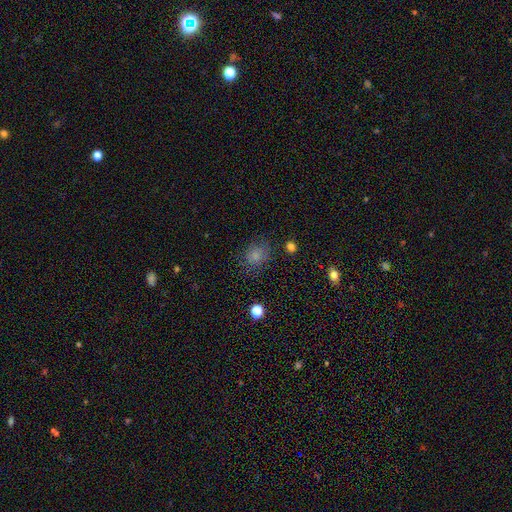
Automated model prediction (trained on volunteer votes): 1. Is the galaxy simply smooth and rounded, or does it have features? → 75% smooth, 16% star or artifact, 9% featured or disk.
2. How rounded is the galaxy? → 56% round, 43% in between, 1% cigar-shaped.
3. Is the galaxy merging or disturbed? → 72% none, 18% minor disturbance, 8% major disturbance, 2% merger.